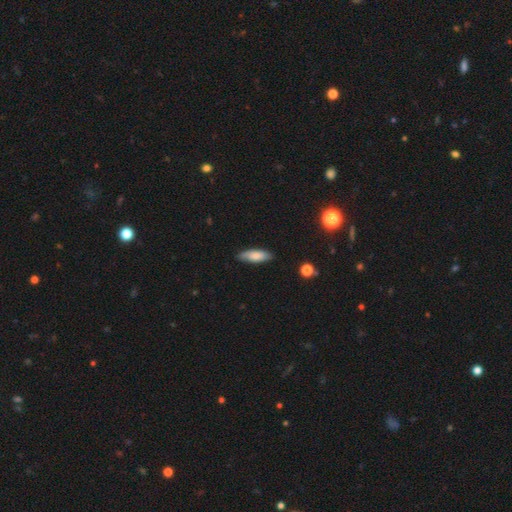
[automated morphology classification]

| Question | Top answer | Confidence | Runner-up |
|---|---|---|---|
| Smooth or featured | smooth | 77% | featured or disk (16%) |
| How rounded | in between | 59% | cigar-shaped (39%) |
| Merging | none | 81% | minor disturbance (16%) |